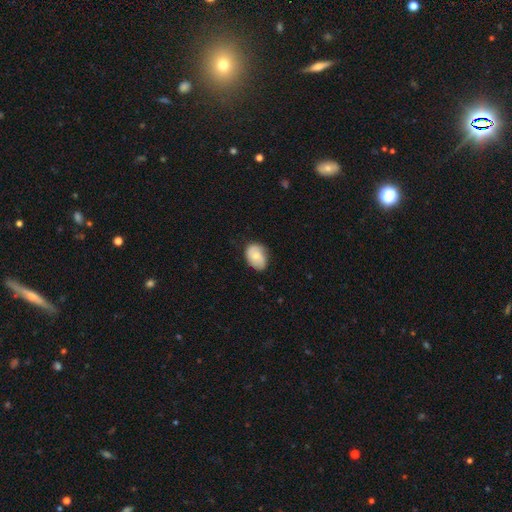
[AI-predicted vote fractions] Smooth or featured? smooth (63%)
How rounded? in between (76%)
Merging? none (68%)